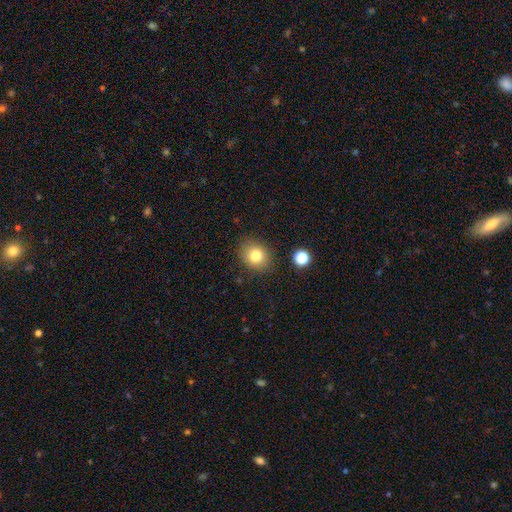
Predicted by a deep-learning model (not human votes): Smooth or featured: smooth — 80% (star or artifact — 12%)
How rounded: round — 70% (in between — 29%)
Merging: none — 85% (minor disturbance — 10%)